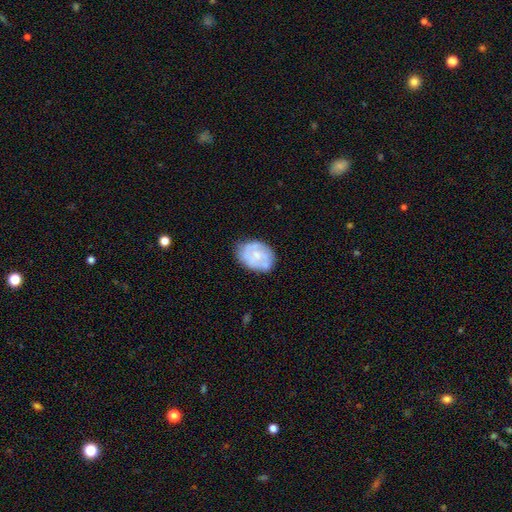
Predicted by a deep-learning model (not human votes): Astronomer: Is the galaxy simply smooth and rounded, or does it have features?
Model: featured or disk — 54% (runner-up: smooth, 40%).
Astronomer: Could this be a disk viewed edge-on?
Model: no — 98%.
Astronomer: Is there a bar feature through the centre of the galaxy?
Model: no — 83%.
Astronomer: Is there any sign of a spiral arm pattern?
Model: no — 54% (runner-up: yes, 46%).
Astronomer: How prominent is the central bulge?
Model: small — 50% (runner-up: moderate, 30%).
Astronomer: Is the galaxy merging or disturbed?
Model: none — 63%.